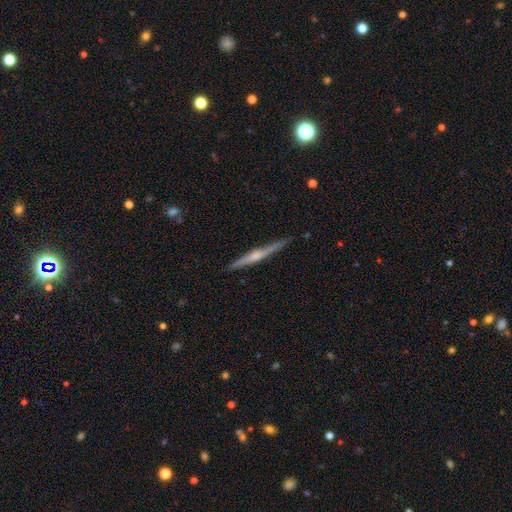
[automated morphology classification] Overall: featured or disk (72%). Edge-on disk: yes (98%). Edge-on bulge: rounded (74%). Merging: none (88%).